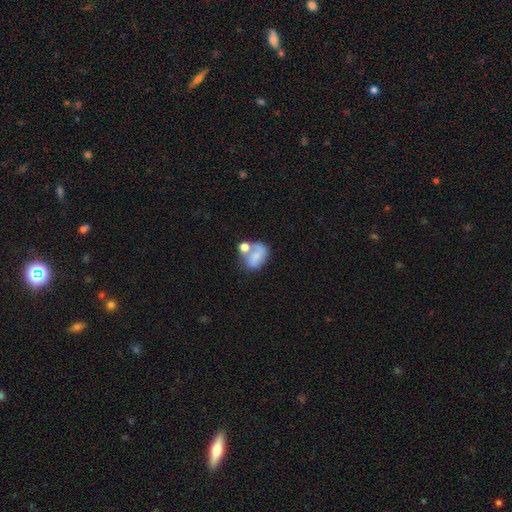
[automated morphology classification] Smooth or featured?
  - smooth: 58% *
  - featured or disk: 32%
  - star or artifact: 10%
How rounded?
  - in between: 66% *
  - round: 32%
  - cigar-shaped: 1%
Merging?
  - merger: 38% *
  - none: 30%
  - minor disturbance: 18%
  - major disturbance: 14%